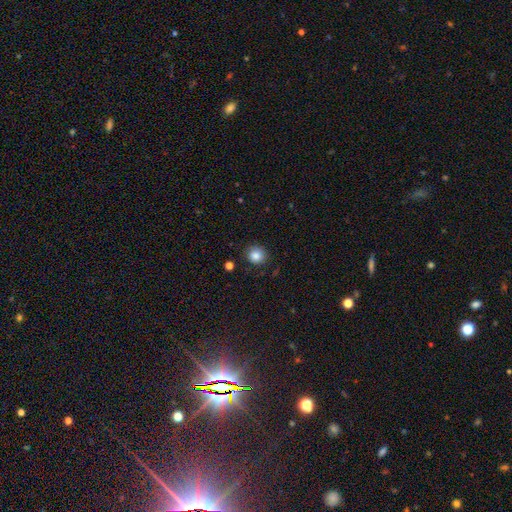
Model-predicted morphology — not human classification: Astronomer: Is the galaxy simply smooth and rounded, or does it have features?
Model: smooth — 85%.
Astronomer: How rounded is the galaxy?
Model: round — 89%.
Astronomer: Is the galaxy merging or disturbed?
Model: none — 85%.